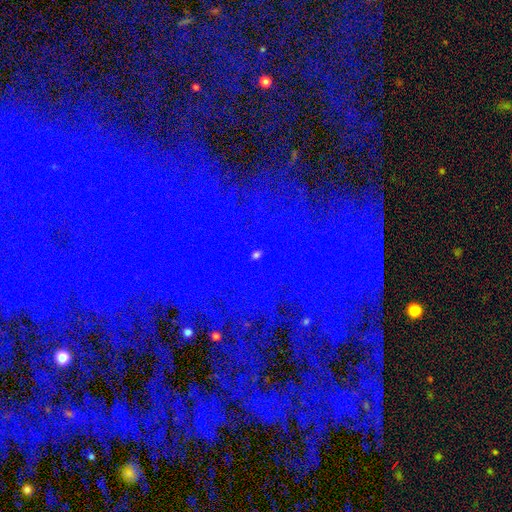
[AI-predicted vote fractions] Q: Smooth or featured?
A: star or artifact (84%); runner-up: featured or disk (9%)